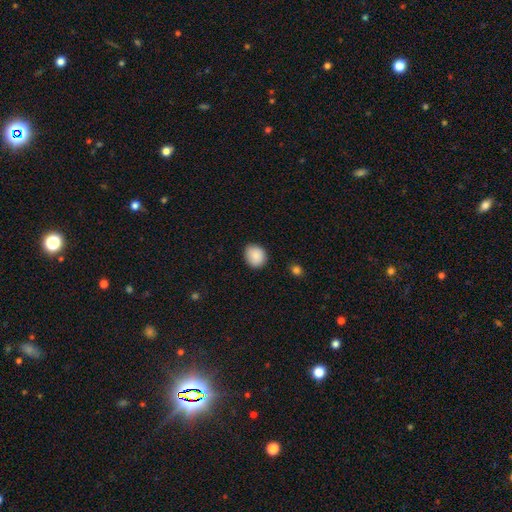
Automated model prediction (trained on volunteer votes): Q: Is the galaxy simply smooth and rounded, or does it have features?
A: smooth — 86%.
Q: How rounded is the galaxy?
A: round — 73%.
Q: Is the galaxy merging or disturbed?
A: none — 85%.